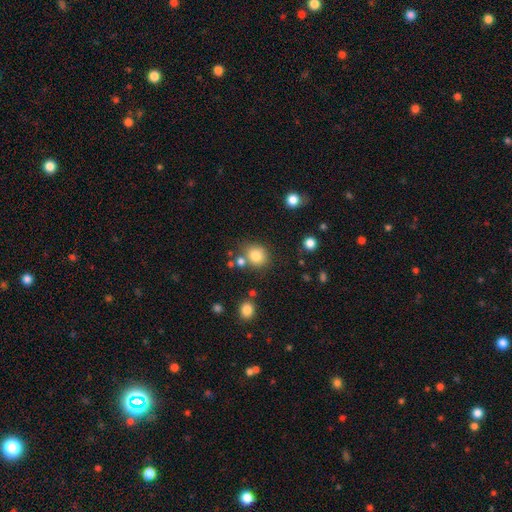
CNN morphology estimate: Smooth or featured?
  - smooth: 81% *
  - star or artifact: 11%
  - featured or disk: 7%
How rounded?
  - round: 79% *
  - in between: 20%
  - cigar-shaped: 1%
Merging?
  - none: 71% *
  - merger: 13%
  - minor disturbance: 12%
  - major disturbance: 4%